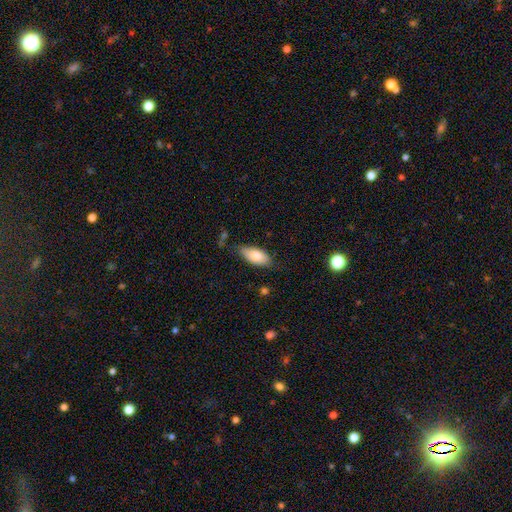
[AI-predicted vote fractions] Q: Smooth or featured?
A: smooth (79%); runner-up: featured or disk (14%)
Q: How rounded?
A: in between (89%); runner-up: cigar-shaped (9%)
Q: Merging?
A: none (73%); runner-up: minor disturbance (21%)